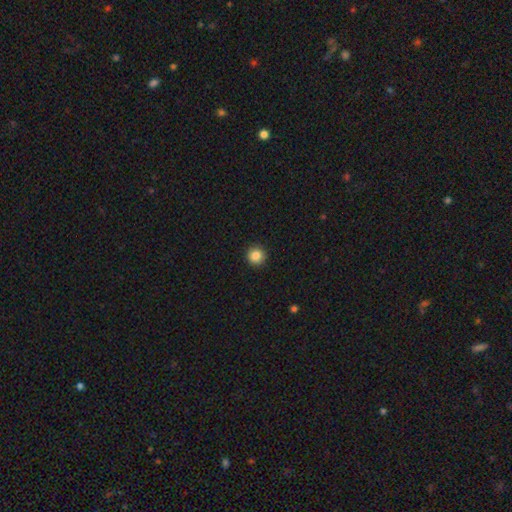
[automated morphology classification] smooth_or_featured: smooth (p=0.86) [alt: star or artifact p=0.10]
how_rounded: round (p=0.95) [alt: in between p=0.04]
merging: none (p=0.92) [alt: minor disturbance p=0.05]